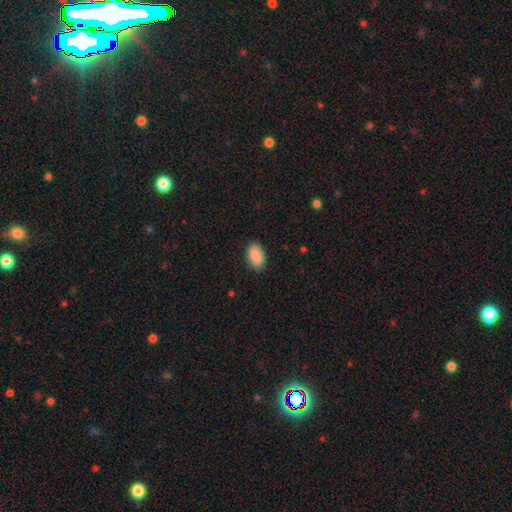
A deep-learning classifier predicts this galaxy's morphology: A smooth galaxy with no disk features (89%) that is in between round and cigar-shaped (93%). Merging: none (86%).